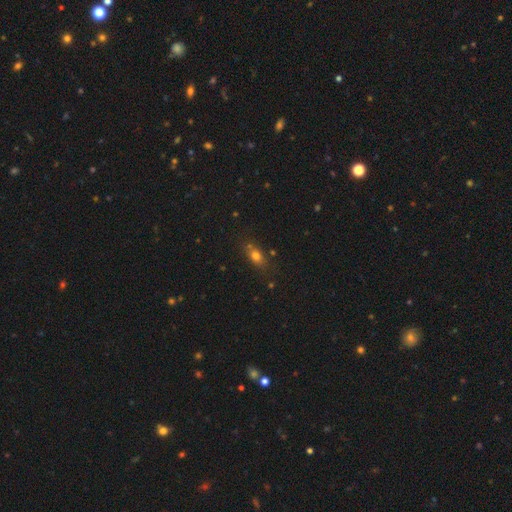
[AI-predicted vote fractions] A smooth galaxy with no disk features (74%) that is in between round and cigar-shaped (70%). Merging: none (69%).